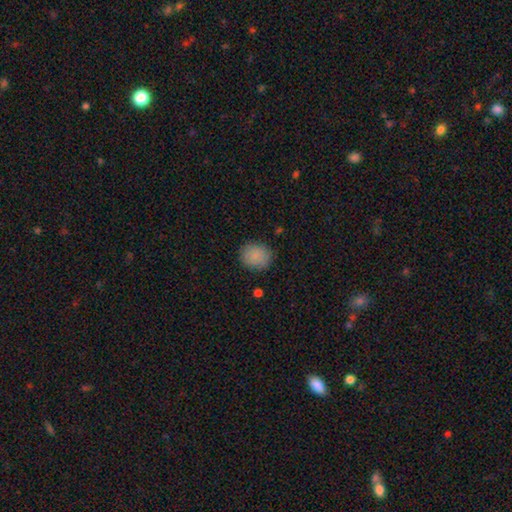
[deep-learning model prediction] smooth-or-featured: smooth: 86% | star or artifact: 9% | featured or disk: 5%
  how-rounded: round: 76% | in between: 23% | cigar-shaped: 1%
  merging: none: 85% | minor disturbance: 11% | major disturbance: 3% | merger: 1%